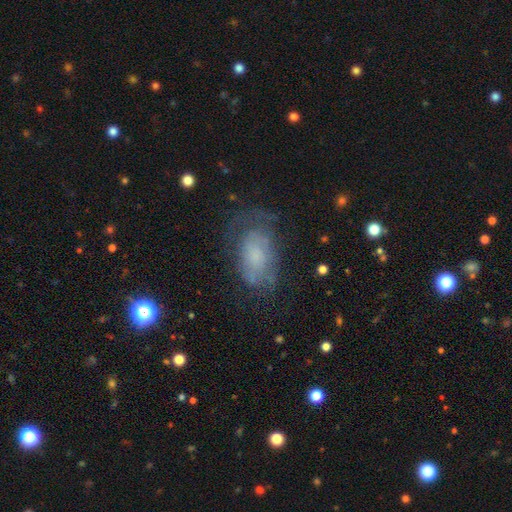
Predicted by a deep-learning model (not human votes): Overall: smooth (44%, tied with featured or disk). Merging: none (53%; minor disturbance 25%).